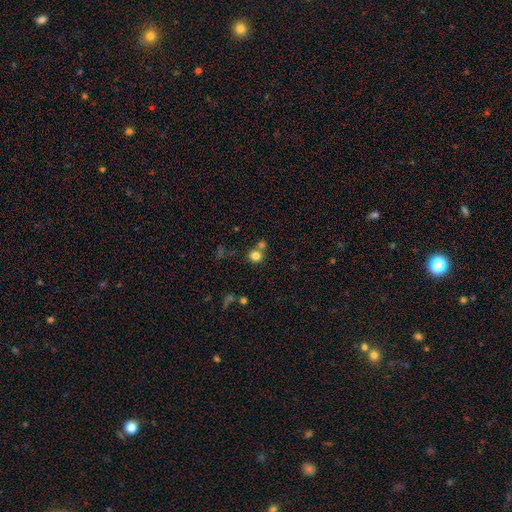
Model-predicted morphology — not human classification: smooth 80%, star or artifact 13%, featured or disk 7%. Down the decision tree: how rounded — round (88%); merging — none (59%).